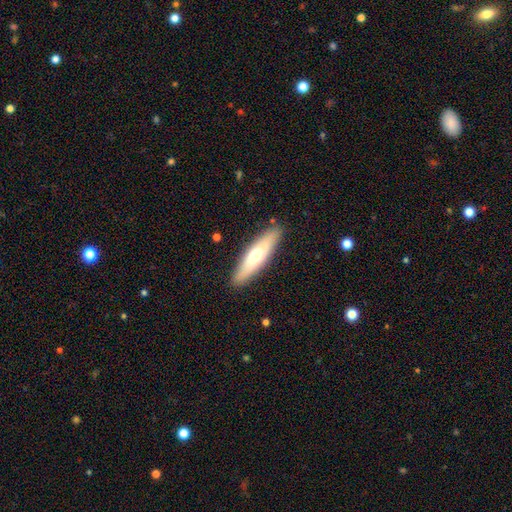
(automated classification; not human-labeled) A smooth galaxy with no disk features (57%) that is cigar-shaped (69%). Merging: none (88%).